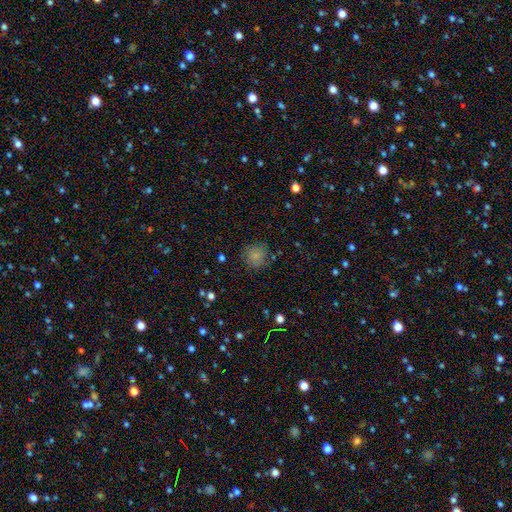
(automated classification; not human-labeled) Smooth or featured? Predicted: smooth (p=0.79). How rounded? Predicted: round (p=0.88). Merging? Predicted: none (p=0.78).